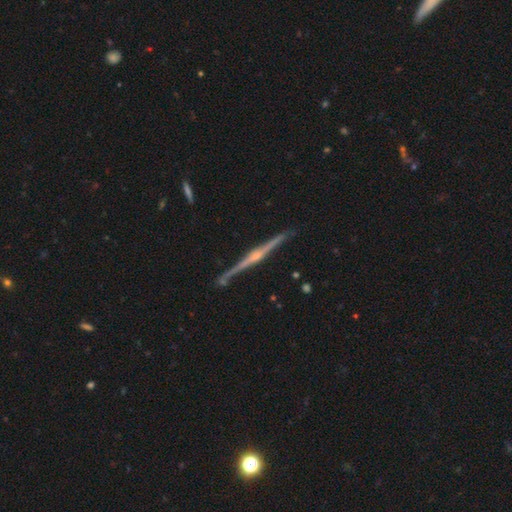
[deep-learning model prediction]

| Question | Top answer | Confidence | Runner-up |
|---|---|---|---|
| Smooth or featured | featured or disk | 89% | smooth (6%) |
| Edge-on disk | yes | 99% | no (1%) |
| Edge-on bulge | rounded | 83% | none (9%) |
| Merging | none | 89% | minor disturbance (8%) |